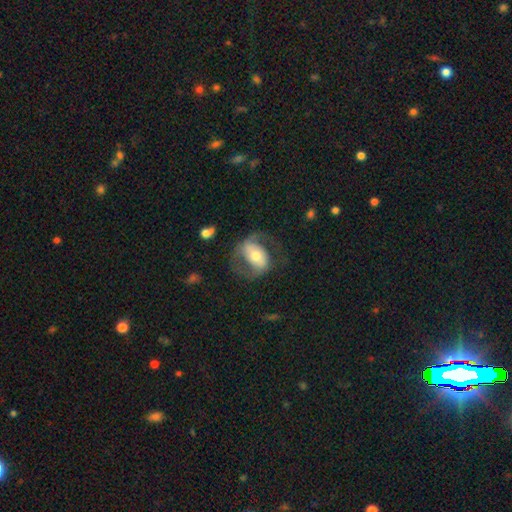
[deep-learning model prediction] This appears to be a featured or disk galaxy (68%) with a strong bar (40%), 2 (83%) medium (50%) spiral arms (79%) and a moderate central bulge (62%). Merging: none (58%).